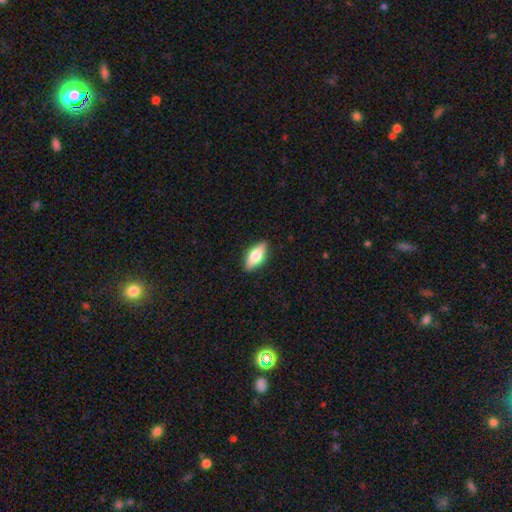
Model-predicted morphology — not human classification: Smooth or featured? smooth (53%)
How rounded? in between (74%)
Merging? none (88%)